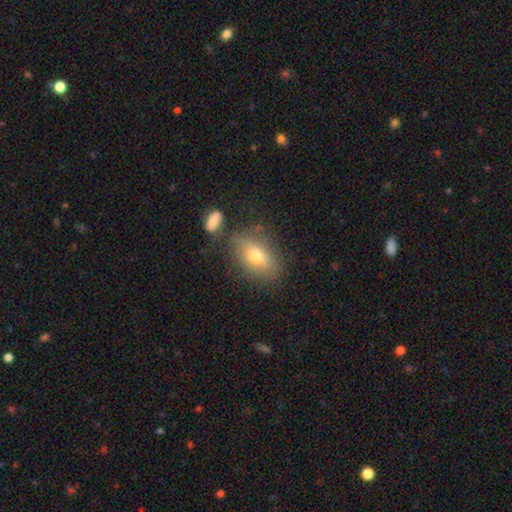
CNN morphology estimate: A smooth galaxy with no disk features (69%) that is in between round and cigar-shaped (84%).

Vote fractions:
- Smooth or featured? smooth: 69% / featured or disk: 22% / star or artifact: 9%
- How rounded? in between: 84% / round: 11% / cigar-shaped: 5%
- Merging? none: 71% / minor disturbance: 17% / merger: 7% / major disturbance: 6%